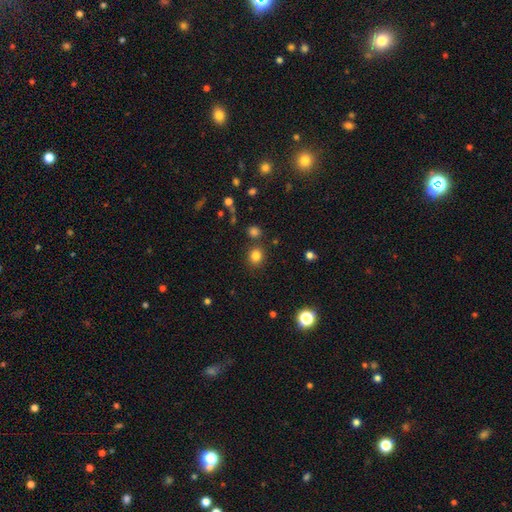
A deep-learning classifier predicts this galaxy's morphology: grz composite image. It shows a smooth galaxy with no disk features (82%) that is round (71%). Merging: none (82%).